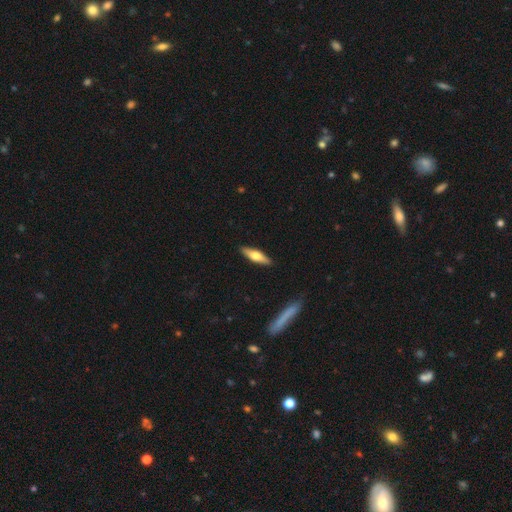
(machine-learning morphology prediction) Overall: smooth (55%; featured or disk 40%). How rounded: cigar-shaped (64%; in between 34%). Merging: none (89%).